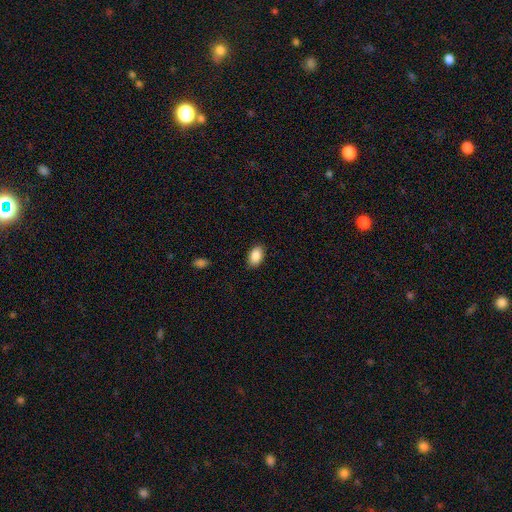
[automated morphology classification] smooth-or-featured: smooth: 88% | star or artifact: 7% | featured or disk: 5%
  how-rounded: in between: 89% | round: 9% | cigar-shaped: 1%
  merging: none: 87% | minor disturbance: 10% | major disturbance: 2% | merger: 1%